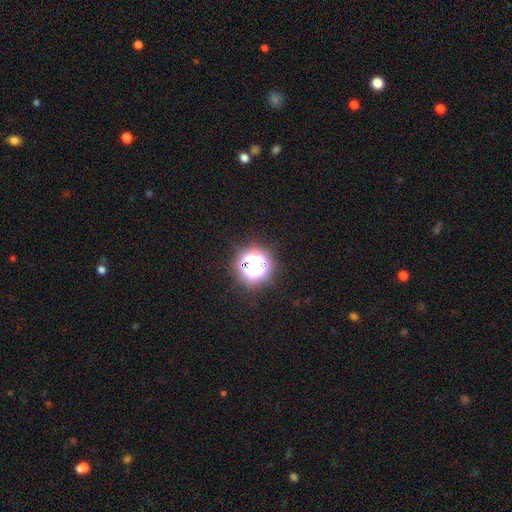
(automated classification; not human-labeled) Q: Smooth or featured?
A: star or artifact (55%); runner-up: smooth (33%)